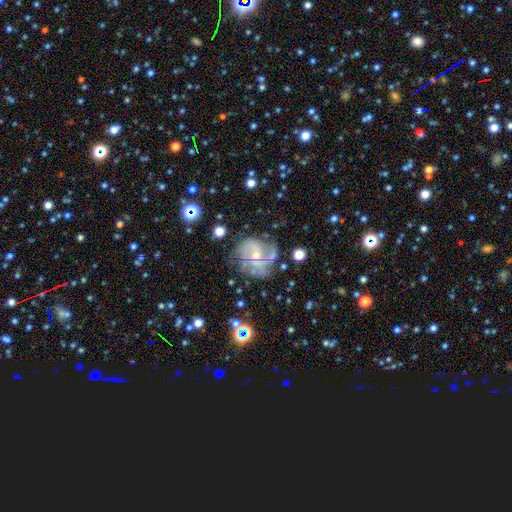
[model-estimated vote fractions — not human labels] smooth-or-featured: featured or disk: 80% | smooth: 12% | star or artifact: 8%
  disk-edge-on: no: 98% | yes: 2%
    bar: no: 59% | weak: 34% | strong: 6%
    has-spiral-arms: yes: 90% | no: 10%
      spiral-winding: medium: 45% | tight: 38% | loose: 17%
      spiral-arm-count: 2: 39% | can't tell: 26% | 3: 19% | 4: 6% | 1: 6% | more than 4: 4%
    bulge-size: small: 60% | moderate: 34% | none: 4% | large: 1% | dominant: 1%
  merging: none: 59% | minor disturbance: 22% | major disturbance: 15% | merger: 4%